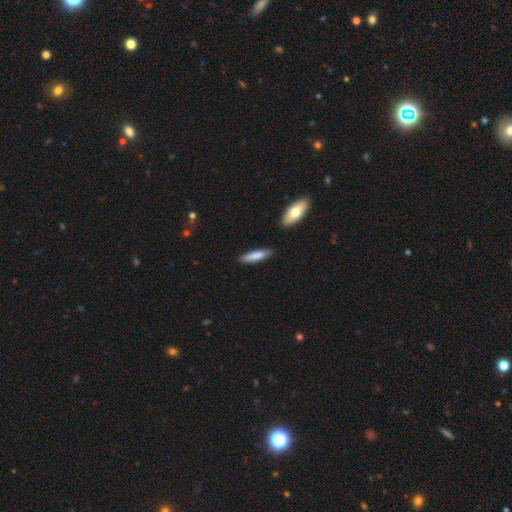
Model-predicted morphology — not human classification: Overall: smooth (81%). How rounded: cigar-shaped (75%). Merging: none (82%).